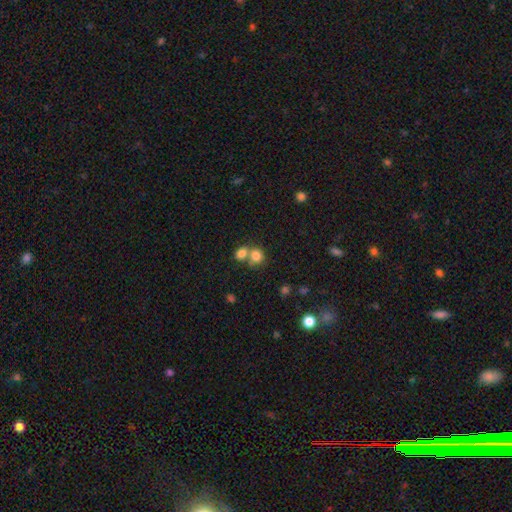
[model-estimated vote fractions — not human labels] The model was most divided on "merging": merger: 51%, none: 37%, minor disturbance: 8%, major disturbance: 4%. More confident: smooth or featured — smooth (79%); how rounded — round (73%).